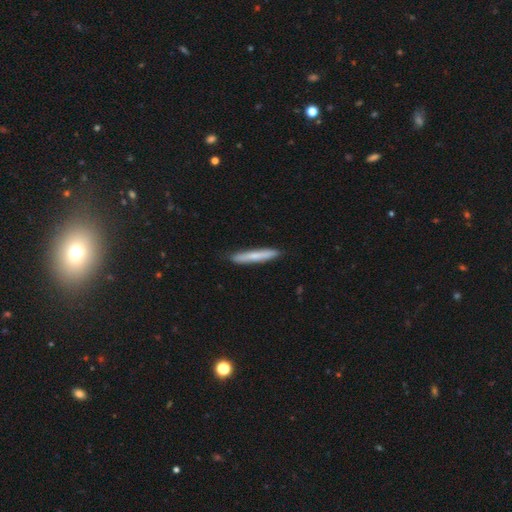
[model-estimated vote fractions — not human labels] smooth 69%, featured or disk 26%, star or artifact 6%. Down the decision tree: how rounded — cigar-shaped (95%); merging — none (86%).